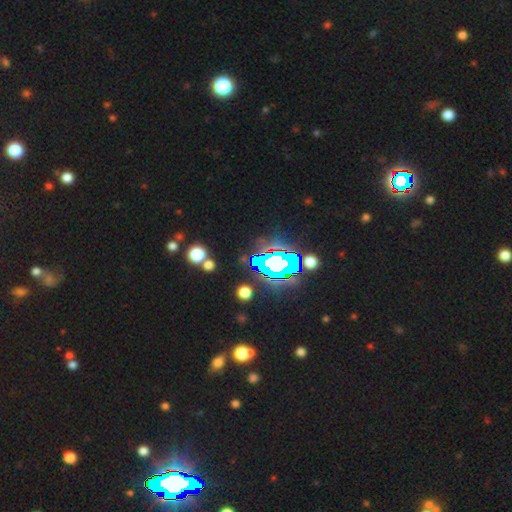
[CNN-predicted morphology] A star or artifact, not a galaxy (81%).

Vote fractions:
- Smooth or featured? star or artifact: 81% / smooth: 11% / featured or disk: 8%